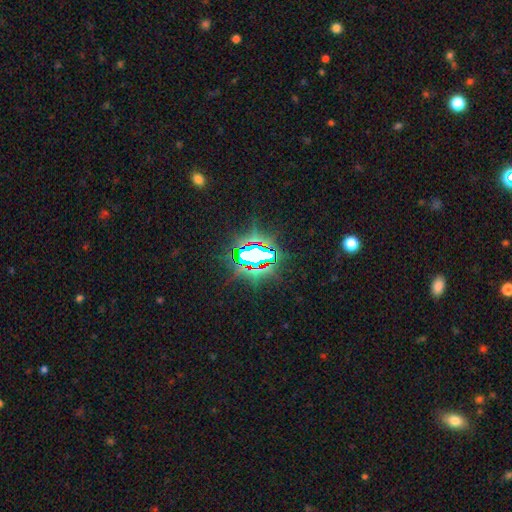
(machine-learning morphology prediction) Overall: star or artifact (75%).